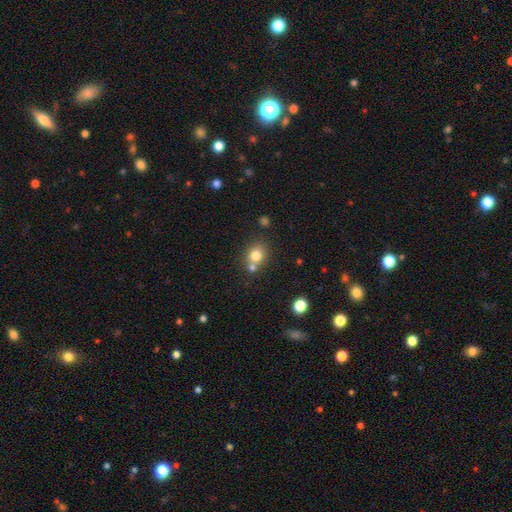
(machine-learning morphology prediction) Overall: smooth (78%). How rounded: round (68%; in between 31%). Merging: none (58%; merger 29%).